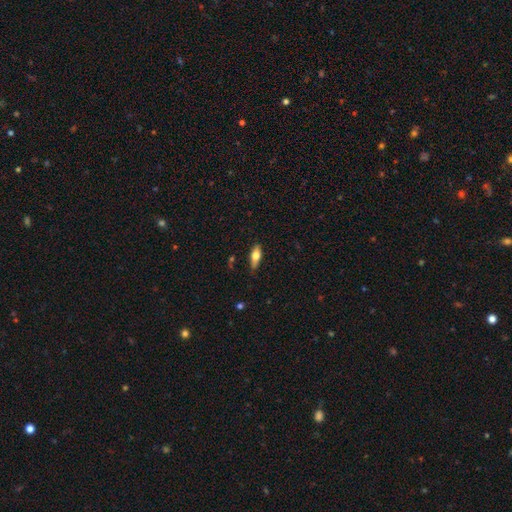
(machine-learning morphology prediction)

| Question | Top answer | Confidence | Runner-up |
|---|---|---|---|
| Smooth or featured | smooth | 60% | featured or disk (33%) |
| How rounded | in between | 67% | cigar-shaped (29%) |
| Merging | none | 81% | minor disturbance (15%) |